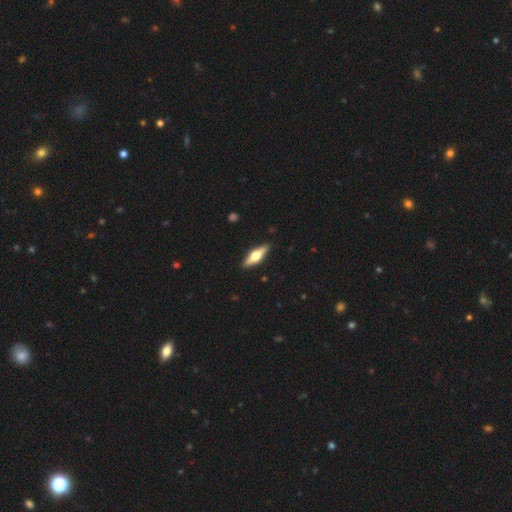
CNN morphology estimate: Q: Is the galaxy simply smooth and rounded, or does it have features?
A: featured or disk — 63%.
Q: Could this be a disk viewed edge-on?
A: yes — 96%.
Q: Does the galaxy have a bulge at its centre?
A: rounded — 95%.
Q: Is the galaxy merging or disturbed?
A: none — 91%.